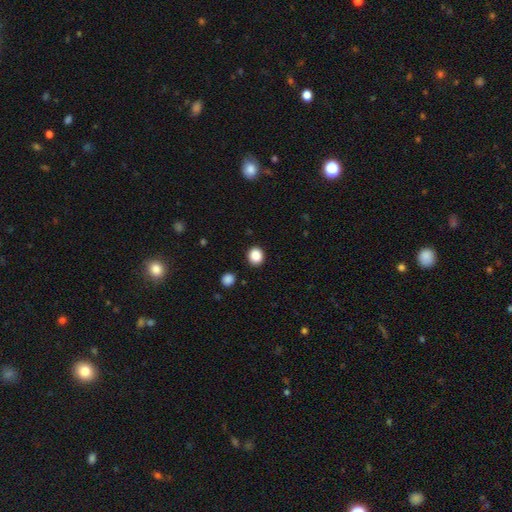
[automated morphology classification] Smooth or featured?
  - smooth: 87% *
  - star or artifact: 10%
  - featured or disk: 3%
How rounded?
  - round: 80% *
  - in between: 19%
  - cigar-shaped: 1%
Merging?
  - none: 90% *
  - minor disturbance: 6%
  - major disturbance: 2%
  - merger: 2%